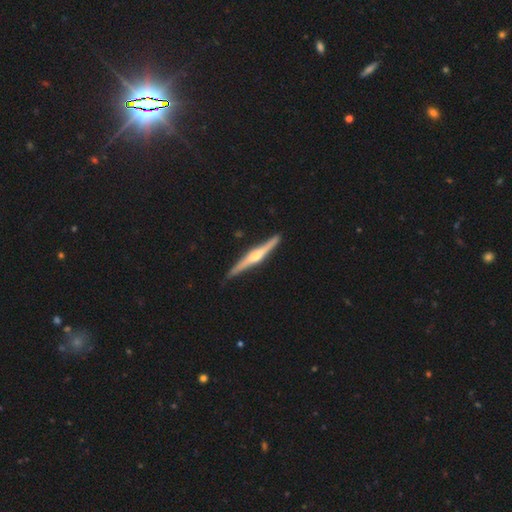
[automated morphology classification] type=featured or disk (78%); edge-on=yes (98%); edge-on bulge=rounded (87%); merging=none (89%).